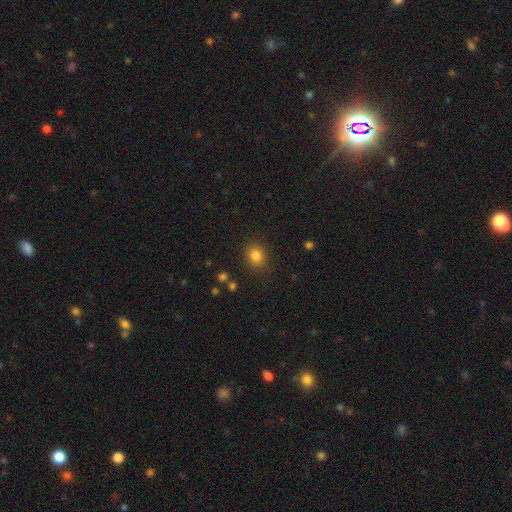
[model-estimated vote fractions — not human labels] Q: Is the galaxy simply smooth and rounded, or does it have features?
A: smooth — 84%.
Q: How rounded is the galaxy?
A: round — 66%.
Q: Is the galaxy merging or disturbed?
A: none — 86%.